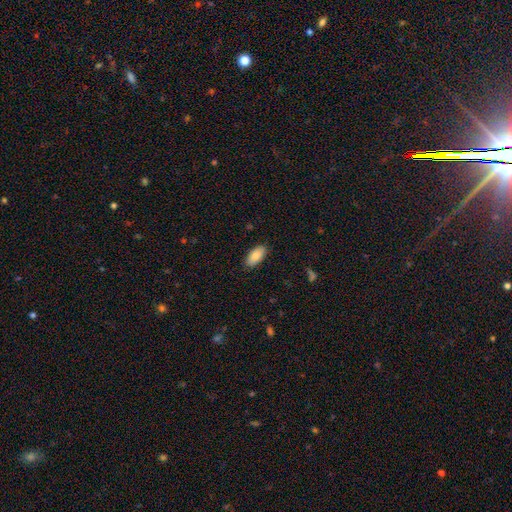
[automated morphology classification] smooth-or-featured: smooth: 85% | featured or disk: 9% | star or artifact: 7%
  how-rounded: in between: 93% | cigar-shaped: 5% | round: 2%
  merging: none: 87% | minor disturbance: 10% | major disturbance: 2% | merger: 1%